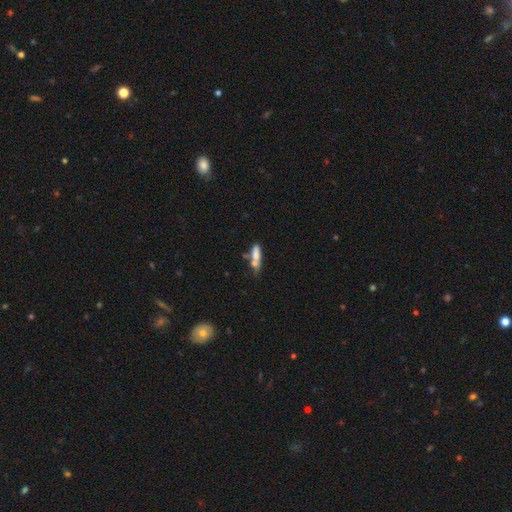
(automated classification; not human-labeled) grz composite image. It shows a smooth galaxy with no disk features (69%) that is cigar-shaped (56%). Merging: merger (36%, tied with none).